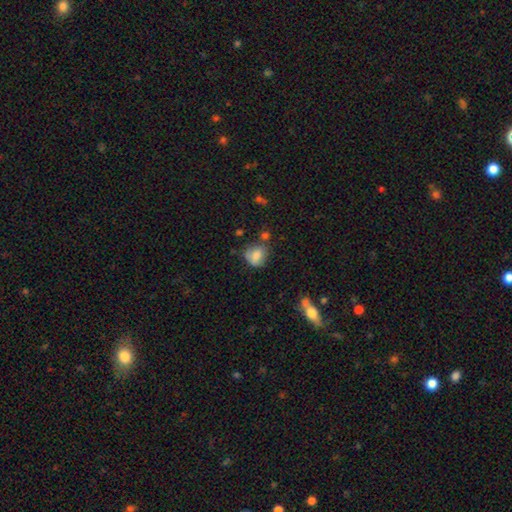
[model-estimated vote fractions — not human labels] Q: Smooth or featured?
A: smooth (76%); runner-up: featured or disk (15%)
Q: How rounded?
A: round (57%); runner-up: in between (42%)
Q: Merging?
A: none (48%); runner-up: minor disturbance (30%)